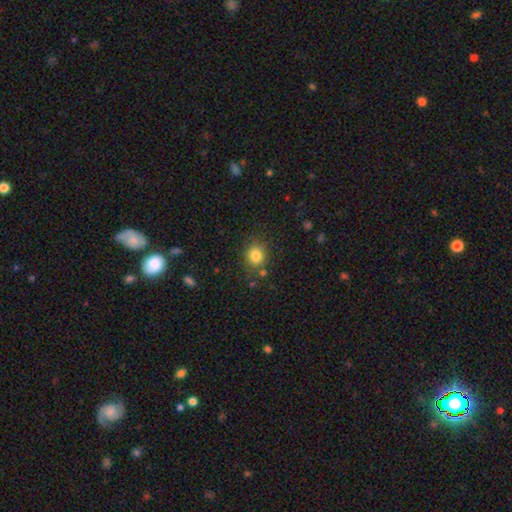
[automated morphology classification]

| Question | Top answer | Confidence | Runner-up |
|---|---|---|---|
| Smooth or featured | smooth | 82% | star or artifact (12%) |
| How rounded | round | 78% | in between (21%) |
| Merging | none | 79% | minor disturbance (12%) |